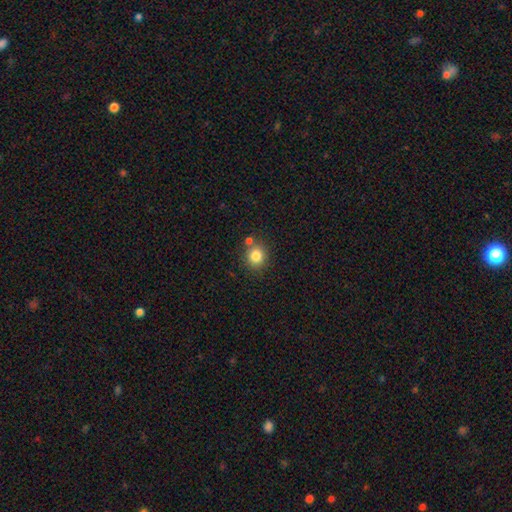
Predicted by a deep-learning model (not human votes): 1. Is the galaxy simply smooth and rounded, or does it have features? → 82% smooth, 11% star or artifact, 7% featured or disk.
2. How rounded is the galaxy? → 85% round, 14% in between, 1% cigar-shaped.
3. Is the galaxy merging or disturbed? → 75% none, 13% merger, 10% minor disturbance, 3% major disturbance.